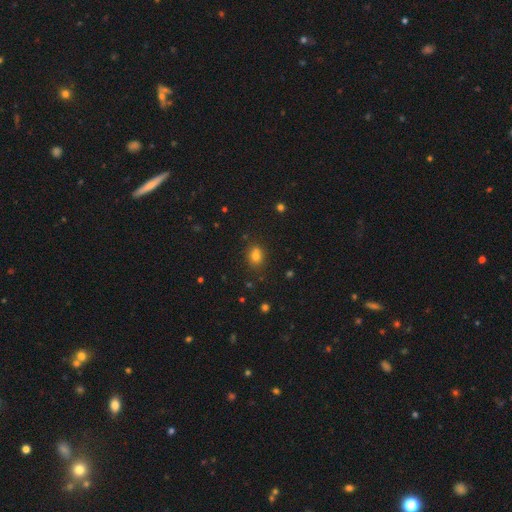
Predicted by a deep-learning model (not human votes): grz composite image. It shows a smooth galaxy with no disk features (78%) that is in between round and cigar-shaped (55%). Merging: none (80%).